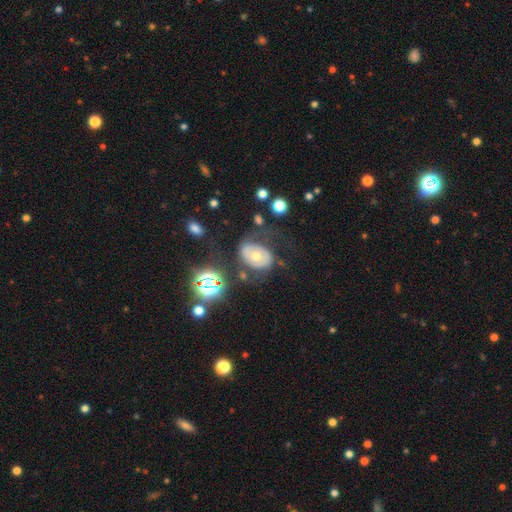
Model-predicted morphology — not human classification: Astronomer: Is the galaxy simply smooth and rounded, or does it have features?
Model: featured or disk — 50% (runner-up: smooth, 36%).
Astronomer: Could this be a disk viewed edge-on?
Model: no — 94%.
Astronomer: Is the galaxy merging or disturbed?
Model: none — 56%.